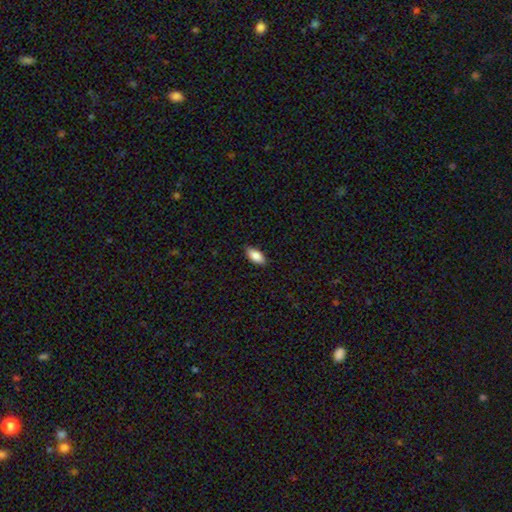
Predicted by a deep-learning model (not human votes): A smooth galaxy with no disk features (86%) that is in between round and cigar-shaped (89%). Merging: none (88%).